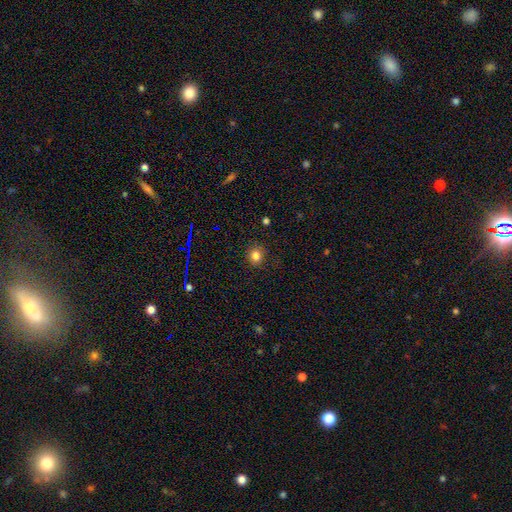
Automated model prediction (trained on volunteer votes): smooth-or-featured: smooth: 82% | star or artifact: 13% | featured or disk: 5%
  how-rounded: round: 85% | in between: 14% | cigar-shaped: 1%
  merging: none: 88% | minor disturbance: 8% | major disturbance: 3% | merger: 1%